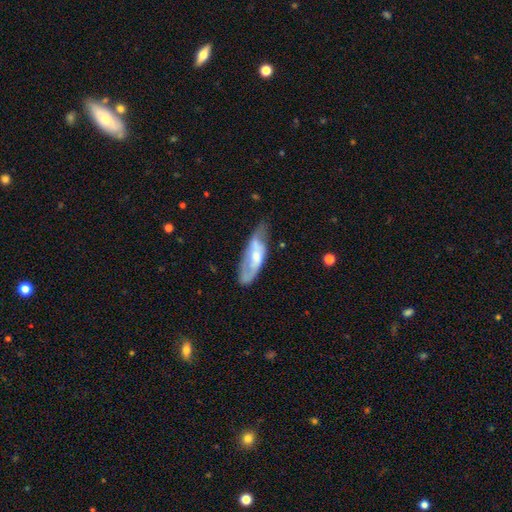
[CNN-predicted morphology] This appears to be a featured or disk galaxy (54%). Merging: none (50%).